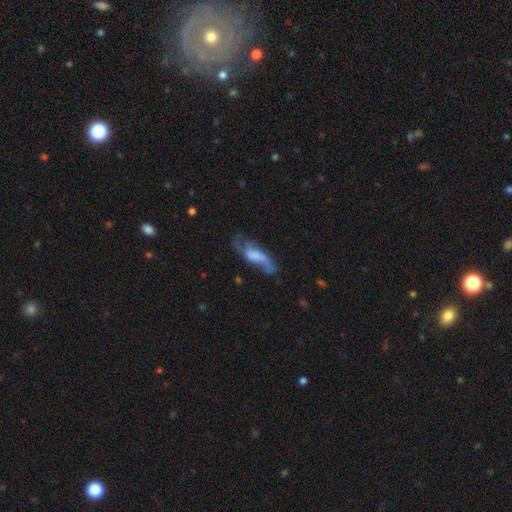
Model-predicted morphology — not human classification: A featured or disk galaxy (53%).

Vote fractions:
- Smooth or featured? featured or disk: 53% / smooth: 38% / star or artifact: 9%
- Edge-on disk? no: 85% / yes: 15%
- Merging? none: 37% / major disturbance: 34% / minor disturbance: 23% / merger: 6%